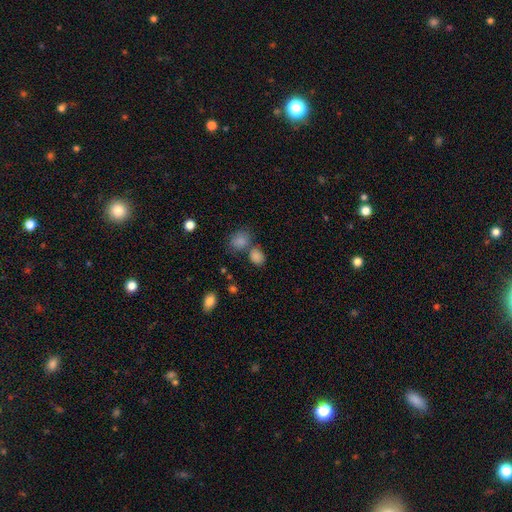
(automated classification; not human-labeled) This is clearly a smooth galaxy (81%). How rounded: possibly in between (49%, tied with round). Merging: possibly none (57%).